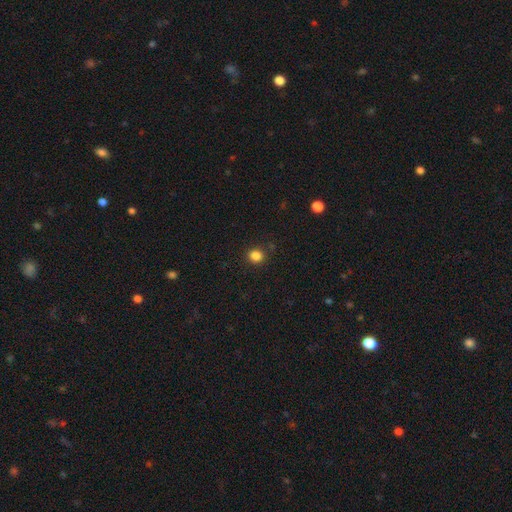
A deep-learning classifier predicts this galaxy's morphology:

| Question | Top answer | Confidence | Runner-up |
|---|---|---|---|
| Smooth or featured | smooth | 84% | star or artifact (12%) |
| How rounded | round | 76% | in between (23%) |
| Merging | none | 87% | minor disturbance (9%) |